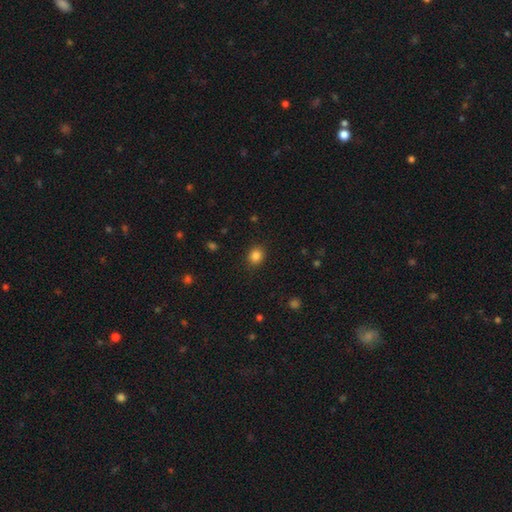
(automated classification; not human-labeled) smooth 85%, star or artifact 11%, featured or disk 4%. Down the decision tree: how rounded — round (71%); merging — none (89%).